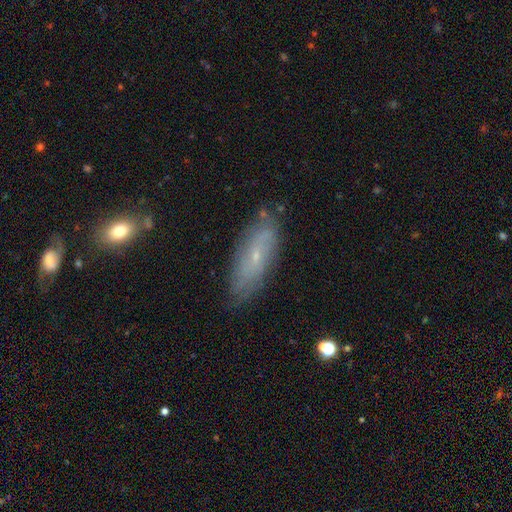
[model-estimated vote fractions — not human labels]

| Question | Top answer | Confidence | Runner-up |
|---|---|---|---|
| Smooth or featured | featured or disk | 53% | smooth (39%) |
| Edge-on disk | no | 77% | yes (23%) |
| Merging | none | 77% | minor disturbance (18%) |